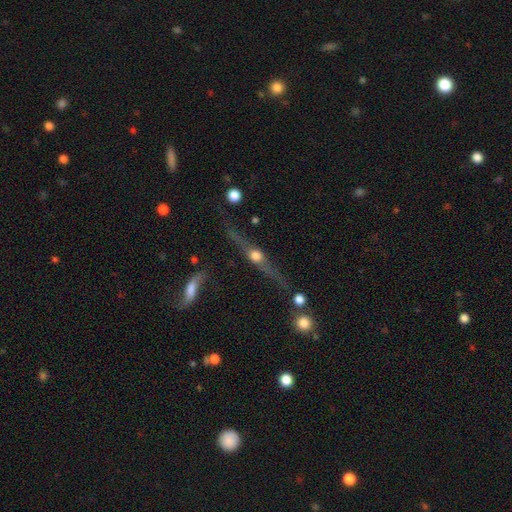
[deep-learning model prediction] Q: Smooth or featured?
A: featured or disk (83%); runner-up: smooth (10%)
Q: Edge-on disk?
A: yes (93%); runner-up: no (7%)
Q: Edge-on bulge?
A: rounded (95%); runner-up: boxy (3%)
Q: Merging?
A: none (79%); runner-up: minor disturbance (12%)